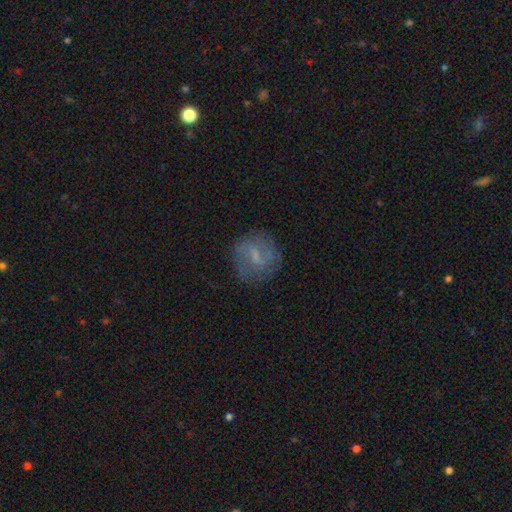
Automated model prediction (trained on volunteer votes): Smooth or featured? featured or disk (54%)
Edge-on disk? no (96%)
Bar? weak (57%)
Spiral arms? yes (72%)
Bulge size? small (44%)
Merging? none (71%)